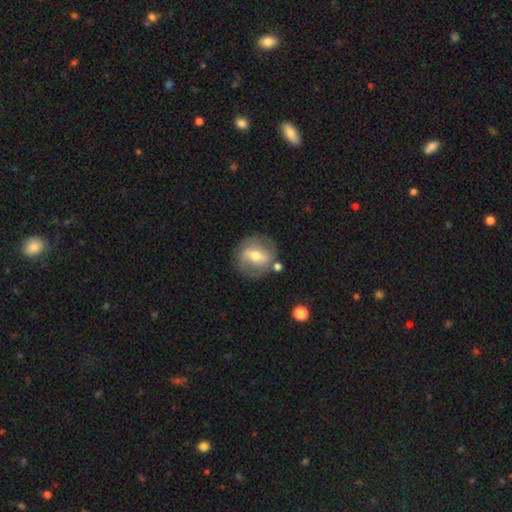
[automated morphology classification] featured or disk 59%, smooth 33%, star or artifact 8%. Down the decision tree: edge-on disk — no (94%); bar — weak (43%); spiral arms — yes (64%); bulge size — moderate (68%); merging — none (75%).